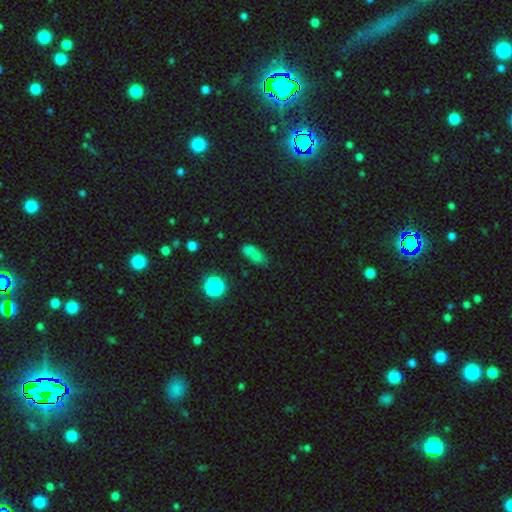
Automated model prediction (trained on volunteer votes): Smooth or featured: smooth — 62% (star or artifact — 23%)
How rounded: in between — 66% (round — 26%)
Merging: merger — 39% (tied with none — 39%)